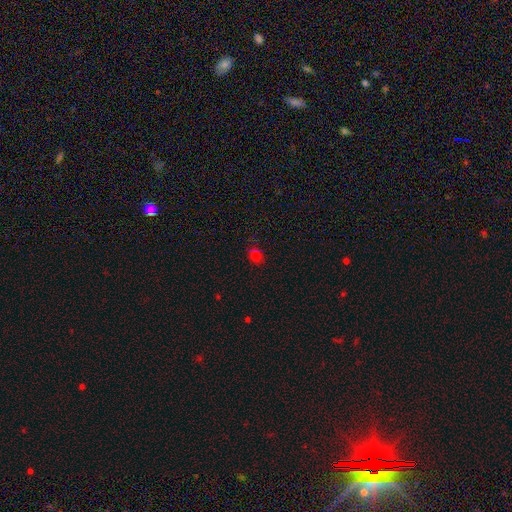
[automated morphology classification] smooth-or-featured: smooth: 60% | star or artifact: 32% | featured or disk: 9%
  how-rounded: round: 64% | in between: 34% | cigar-shaped: 2%
  merging: none: 68% | minor disturbance: 17% | merger: 8% | major disturbance: 6%